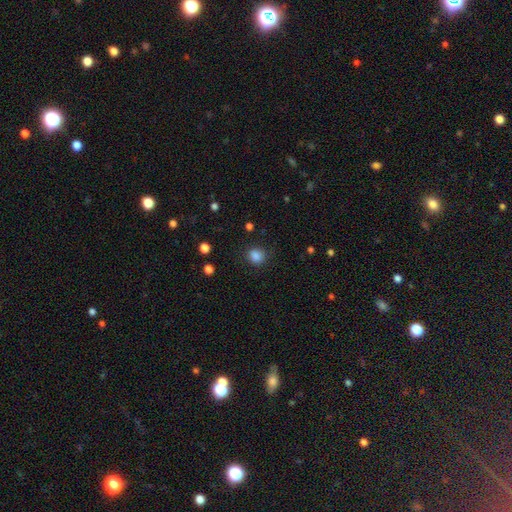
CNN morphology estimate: type=smooth (85%); roundness=round (82%); merging=none (84%).